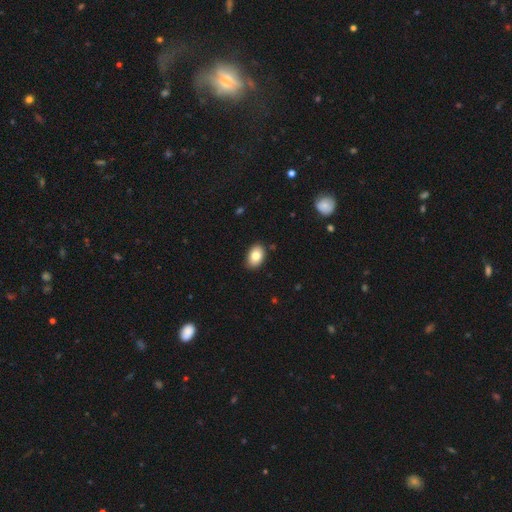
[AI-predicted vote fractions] smooth-or-featured: smooth: 82% | featured or disk: 10% | star or artifact: 8%
  how-rounded: in between: 87% | round: 12% | cigar-shaped: 1%
  merging: none: 86% | minor disturbance: 11% | major disturbance: 2% | merger: 1%